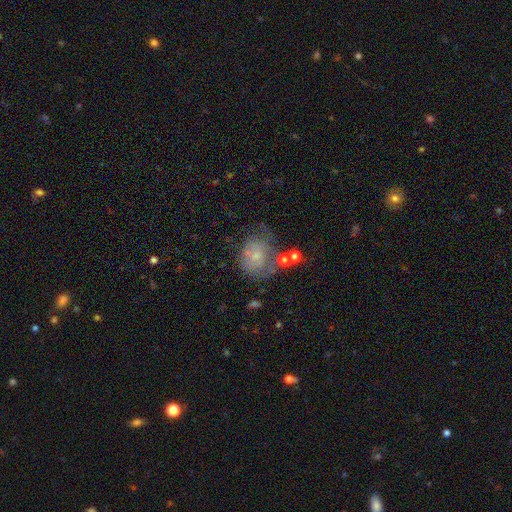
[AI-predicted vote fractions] smooth_or_featured: smooth (p=0.47) [alt: featured or disk p=0.40]
merging: none (p=0.34) [alt: major disturbance p=0.28]